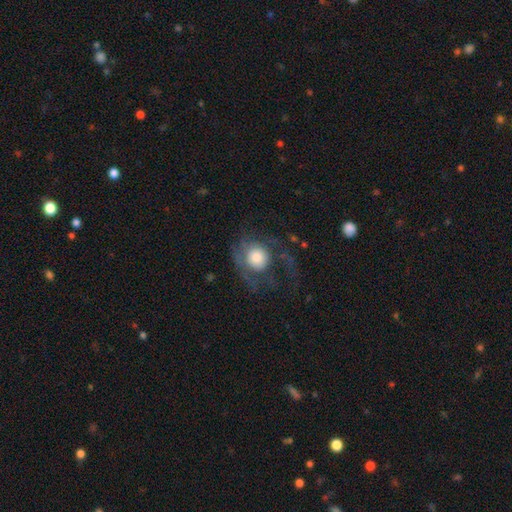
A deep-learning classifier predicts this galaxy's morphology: This appears to be a featured or disk galaxy (50%). Merging: major disturbance (41%).